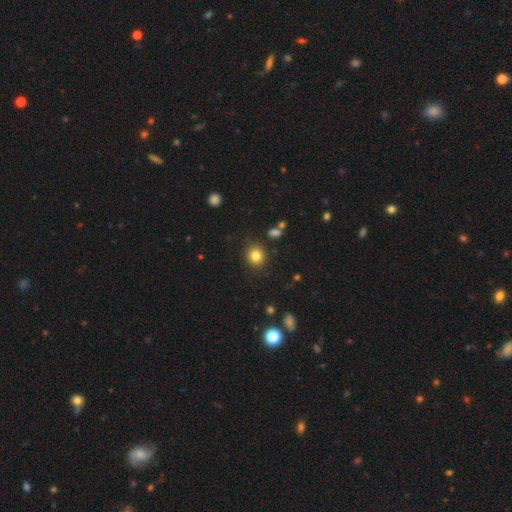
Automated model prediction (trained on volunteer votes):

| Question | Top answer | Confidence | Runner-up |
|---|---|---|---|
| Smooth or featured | smooth | 82% | star or artifact (12%) |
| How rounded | round | 78% | in between (21%) |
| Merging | none | 86% | minor disturbance (9%) |